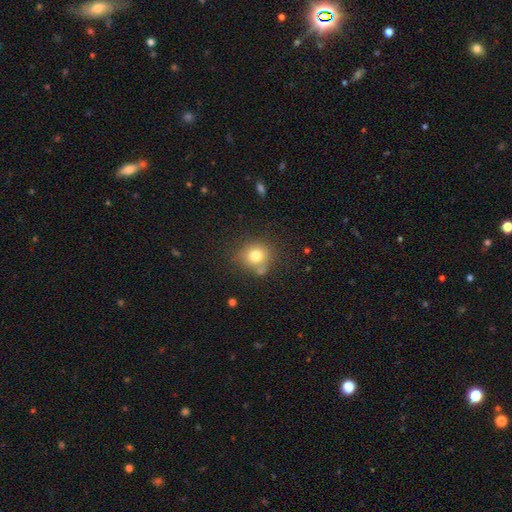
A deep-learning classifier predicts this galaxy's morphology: smooth 76%, star or artifact 13%, featured or disk 11%. Down the decision tree: how rounded — round (80%); merging — none (66%).